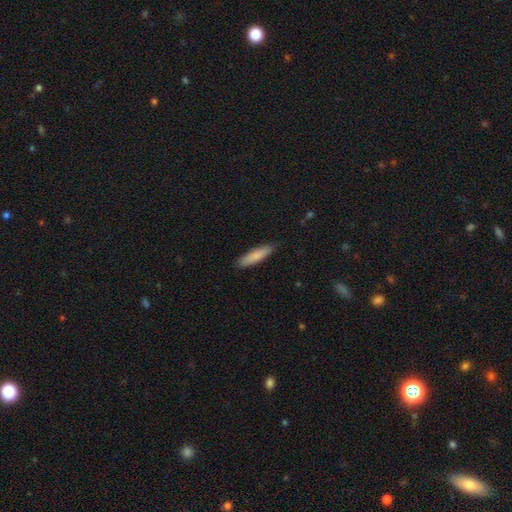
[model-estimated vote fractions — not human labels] This is clearly a smooth galaxy (82%). How rounded: likely cigar-shaped (76%). Merging: clearly none (88%).